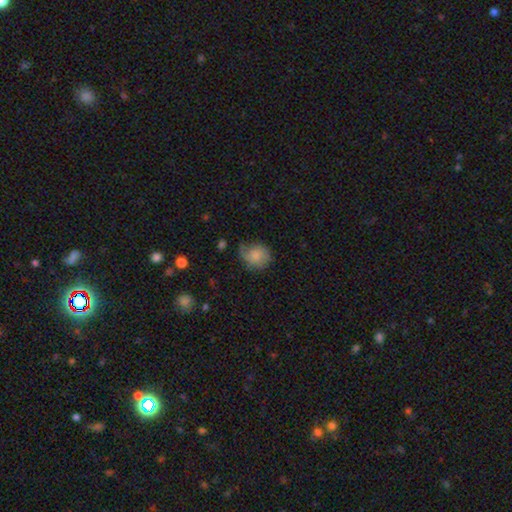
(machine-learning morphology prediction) smooth_or_featured: smooth (p=0.70) [alt: featured or disk p=0.21]
how_rounded: round (p=0.75) [alt: in between p=0.24]
merging: none (p=0.51) [alt: minor disturbance p=0.32]